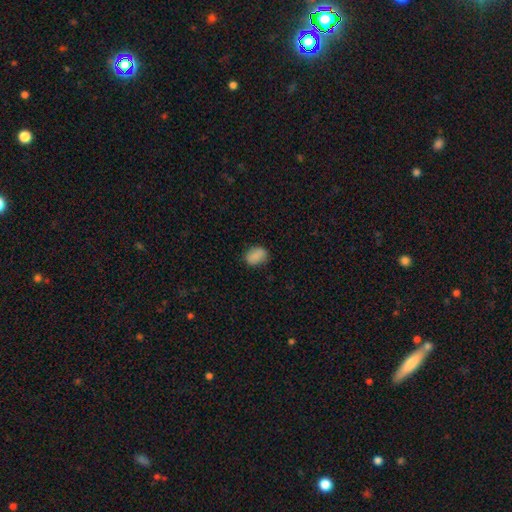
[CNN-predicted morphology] Q: Smooth or featured?
A: smooth (87%); runner-up: star or artifact (9%)
Q: How rounded?
A: in between (77%); runner-up: round (21%)
Q: Merging?
A: none (79%); runner-up: minor disturbance (16%)